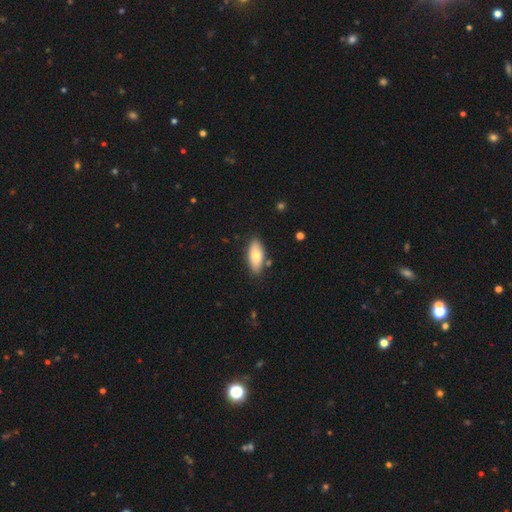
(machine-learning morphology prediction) Smooth or featured: smooth — 76% (featured or disk — 18%)
How rounded: in between — 86% (cigar-shaped — 12%)
Merging: none — 84% (minor disturbance — 11%)